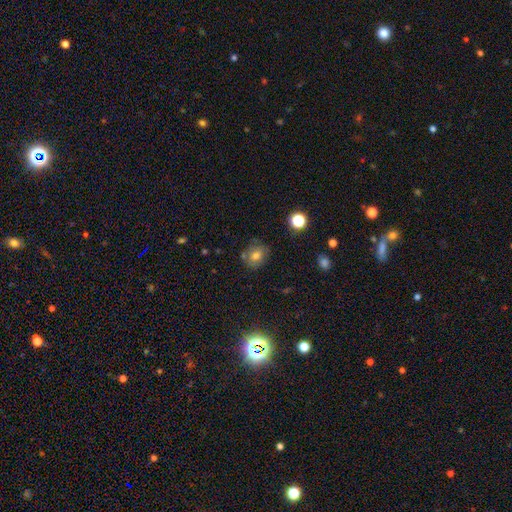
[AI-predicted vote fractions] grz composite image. It shows a smooth galaxy with no disk features (71%) that is round (63%). Merging: none (72%).